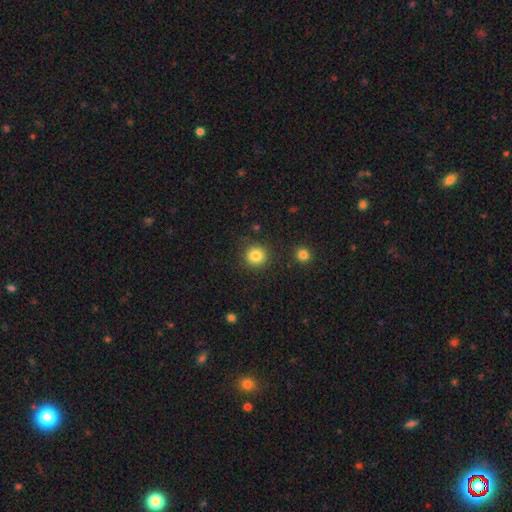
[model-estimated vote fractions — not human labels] Morphology: type=smooth (84%); roundness=round (91%); merging=none (87%).